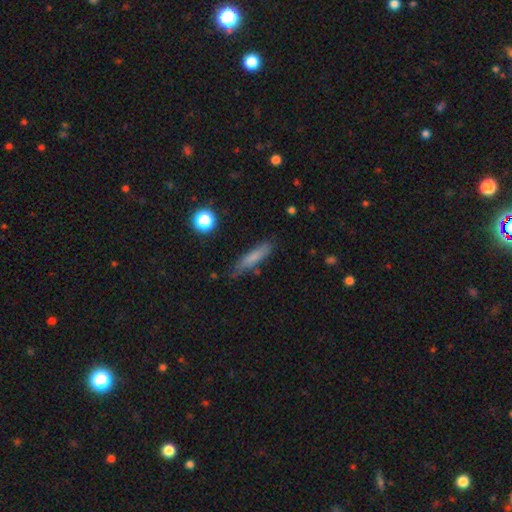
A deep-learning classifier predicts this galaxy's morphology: Smooth or featured? smooth (73%)
How rounded? cigar-shaped (81%)
Merging? none (76%)